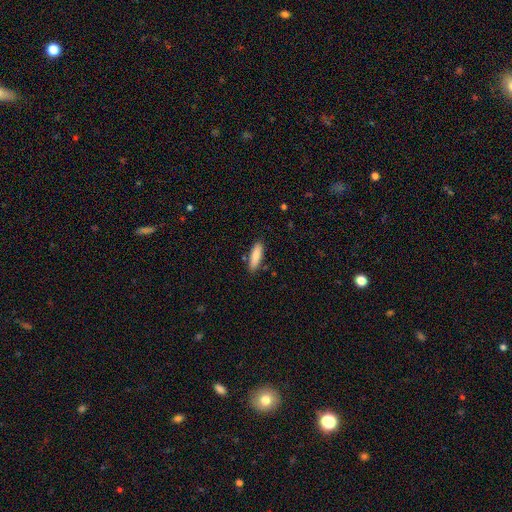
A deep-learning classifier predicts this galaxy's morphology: A smooth galaxy with no disk features (85%) that is cigar-shaped (56%).

Vote fractions:
- Smooth or featured? smooth: 85% / featured or disk: 9% / star or artifact: 6%
- How rounded? cigar-shaped: 56% / in between: 43% / round: 2%
- Merging? none: 85% / minor disturbance: 11% / merger: 3% / major disturbance: 2%